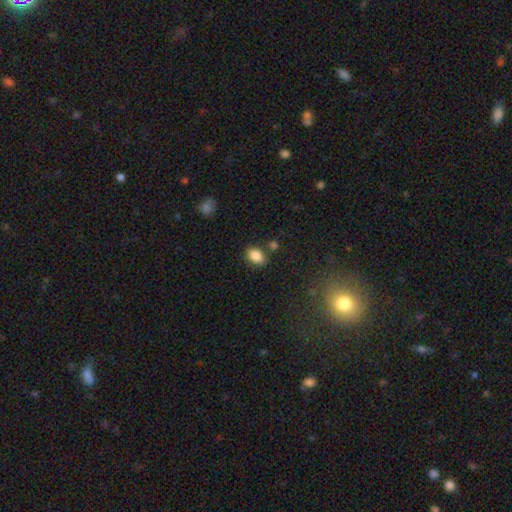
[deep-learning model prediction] Q: Smooth or featured?
A: smooth (86%); runner-up: star or artifact (9%)
Q: How rounded?
A: in between (76%); runner-up: round (22%)
Q: Merging?
A: none (75%); runner-up: minor disturbance (14%)